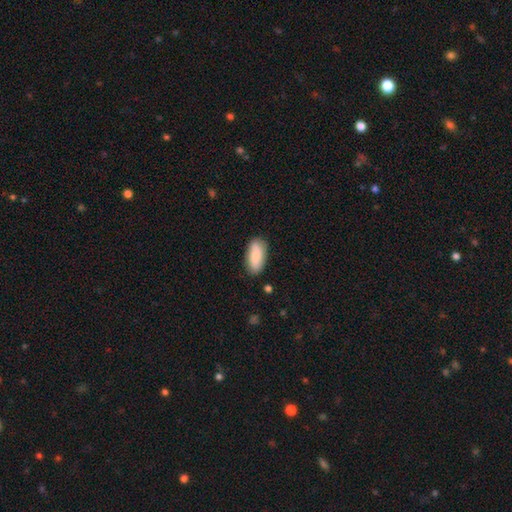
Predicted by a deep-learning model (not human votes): Morphology: type=smooth (83%); roundness=in between (86%); merging=none (78%).